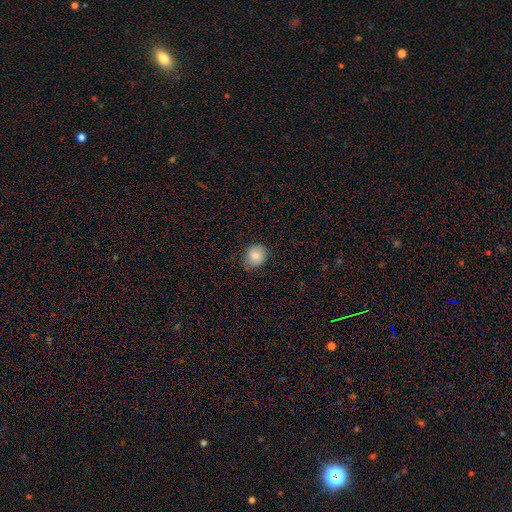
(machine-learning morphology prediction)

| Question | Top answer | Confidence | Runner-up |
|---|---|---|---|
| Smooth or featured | smooth | 78% | featured or disk (14%) |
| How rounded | round | 64% | in between (35%) |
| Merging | none | 74% | minor disturbance (21%) |